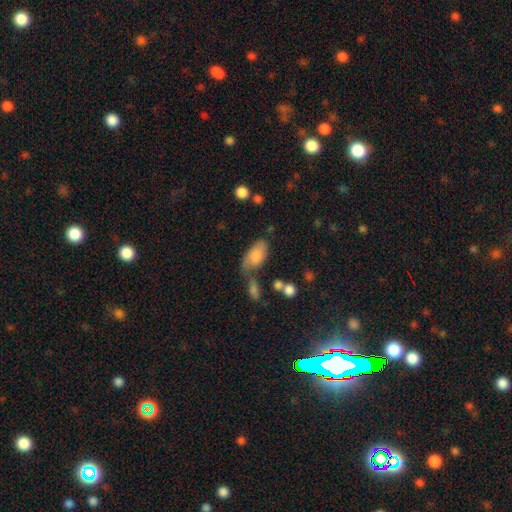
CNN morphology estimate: A smooth galaxy with no disk features (75%) that is in between round and cigar-shaped (93%).

Vote fractions:
- Smooth or featured? smooth: 75% / featured or disk: 18% / star or artifact: 7%
- How rounded? in between: 93% / cigar-shaped: 4% / round: 4%
- Merging? none: 48% / minor disturbance: 26% / merger: 14% / major disturbance: 12%